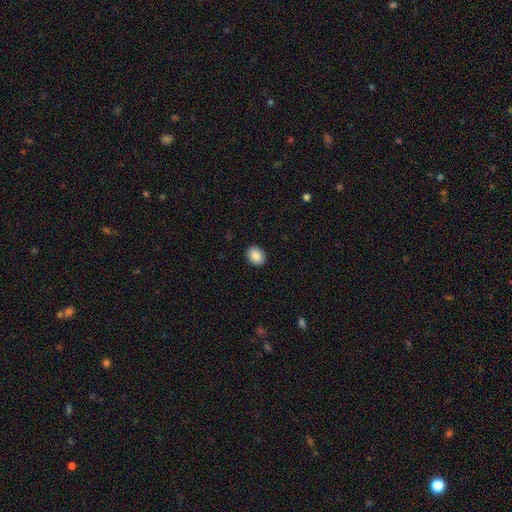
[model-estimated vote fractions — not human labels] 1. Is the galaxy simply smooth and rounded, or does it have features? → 86% smooth, 8% star or artifact, 6% featured or disk.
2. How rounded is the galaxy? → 50% round, 49% in between, 1% cigar-shaped.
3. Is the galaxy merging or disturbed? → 91% none, 6% minor disturbance, 2% major disturbance, 1% merger.